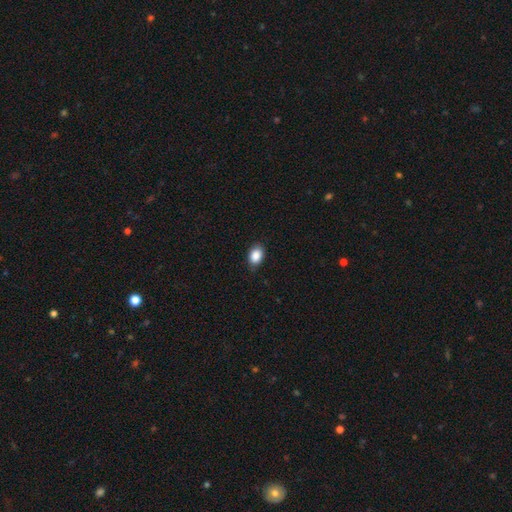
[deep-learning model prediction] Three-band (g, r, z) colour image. It shows a smooth galaxy with no disk features (88%) that is in between round and cigar-shaped (81%). Merging: none (83%).